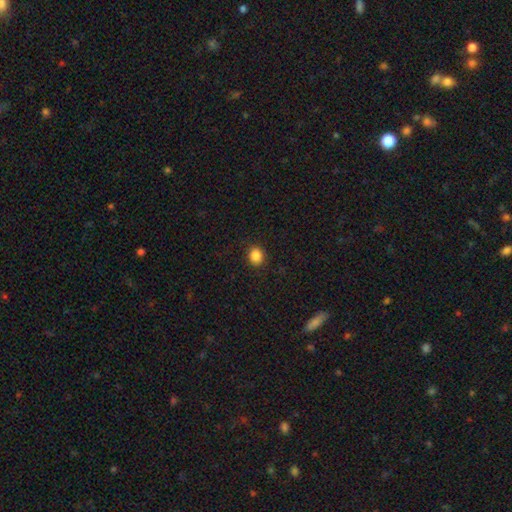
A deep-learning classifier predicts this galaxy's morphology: Smooth or featured: smooth — 87% (star or artifact — 10%)
How rounded: round — 72% (in between — 28%)
Merging: none — 90% (minor disturbance — 7%)